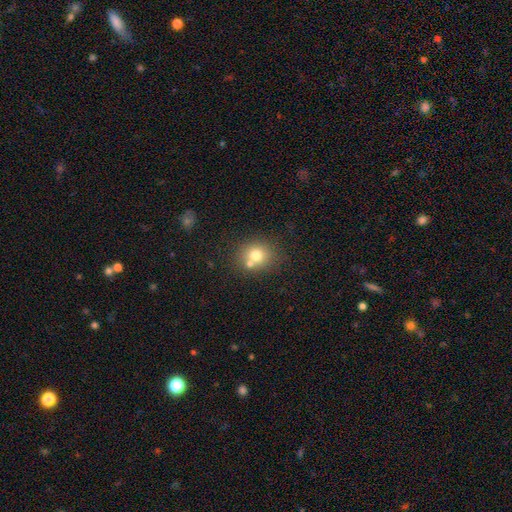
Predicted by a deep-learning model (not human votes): A smooth galaxy with no disk features (73%) that is round (80%). Merging: none (61%).